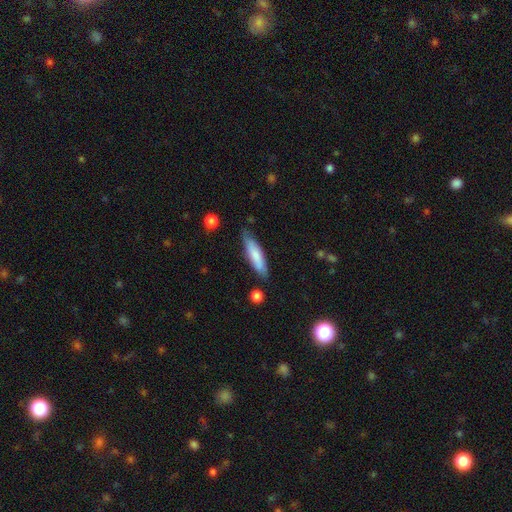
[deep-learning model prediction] Overall: smooth (75%). How rounded: cigar-shaped (72%). Merging: none (77%).